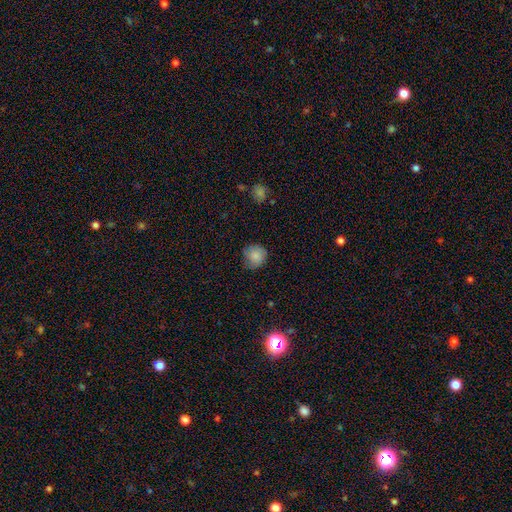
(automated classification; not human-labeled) Smooth or featured? smooth (84%)
How rounded? round (88%)
Merging? none (68%)